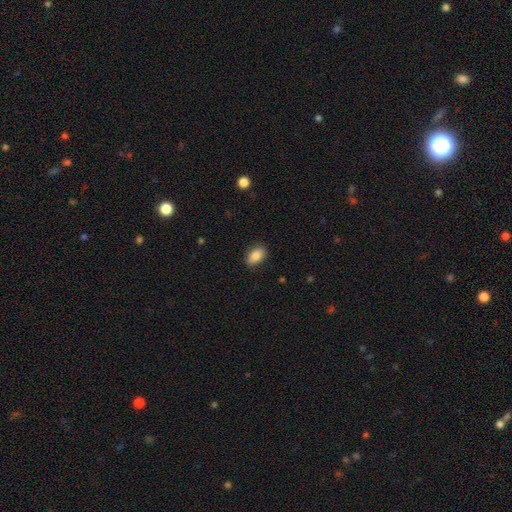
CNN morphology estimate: The model was most divided on "merging": none: 86%, minor disturbance: 11%, major disturbance: 2%, merger: 1%. More confident: how rounded — in between (91%); smooth or featured — smooth (84%).